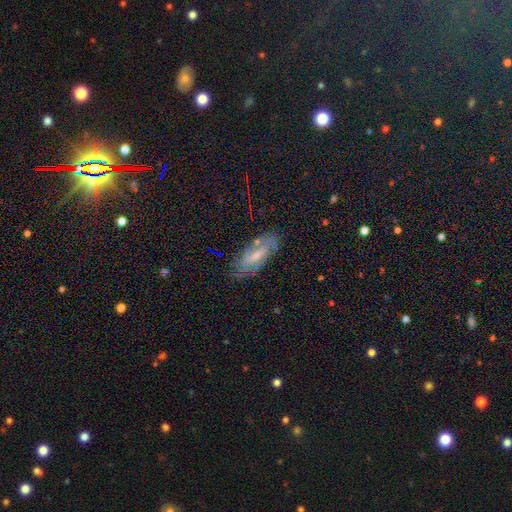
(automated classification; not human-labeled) featured or disk 64%, smooth 24%, star or artifact 12%. Down the decision tree: edge-on disk — no (83%); bar — weak (51%); spiral arms — yes (82%); bulge size — small (56%); merging — none (76%).